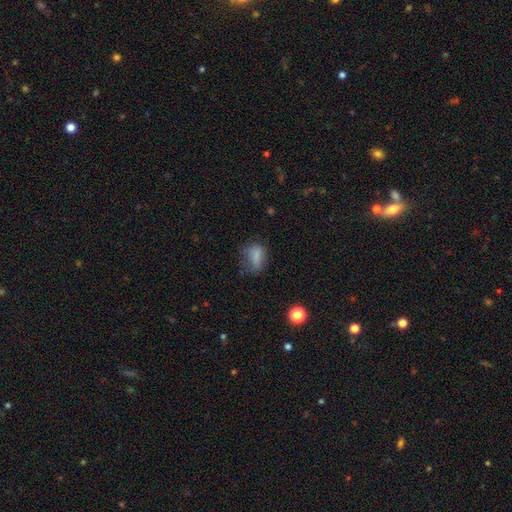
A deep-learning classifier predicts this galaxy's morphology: Smooth or featured? smooth (77%)
How rounded? in between (74%)
Merging? none (52%)